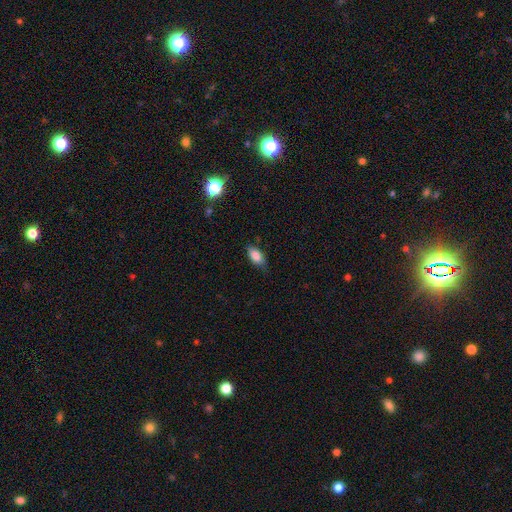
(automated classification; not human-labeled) Smooth or featured?
  - smooth: 84% *
  - featured or disk: 8%
  - star or artifact: 8%
How rounded?
  - in between: 88% *
  - cigar-shaped: 8%
  - round: 4%
Merging?
  - none: 75% *
  - minor disturbance: 20%
  - major disturbance: 4%
  - merger: 1%